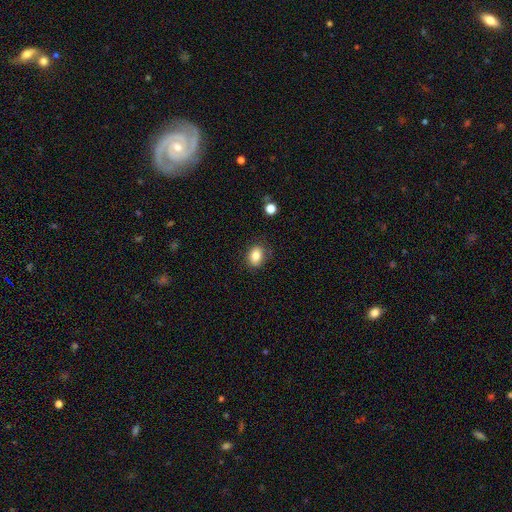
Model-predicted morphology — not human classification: Q: Smooth or featured?
A: smooth (83%); runner-up: star or artifact (10%)
Q: How rounded?
A: in between (69%); runner-up: round (30%)
Q: Merging?
A: none (84%); runner-up: minor disturbance (12%)